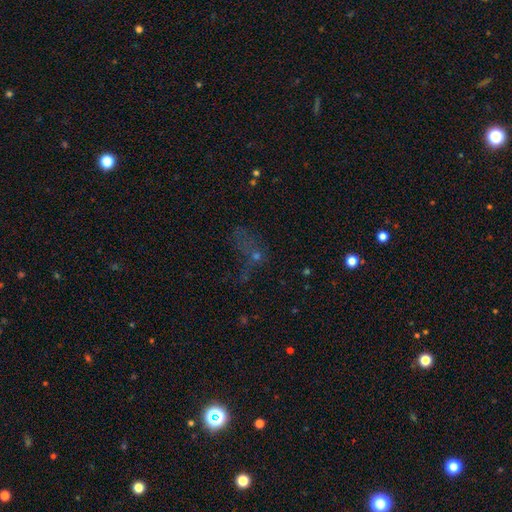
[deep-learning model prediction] A star or artifact, not a galaxy (40%).

Vote fractions:
- Smooth or featured? star or artifact: 40% / smooth: 35% / featured or disk: 25%